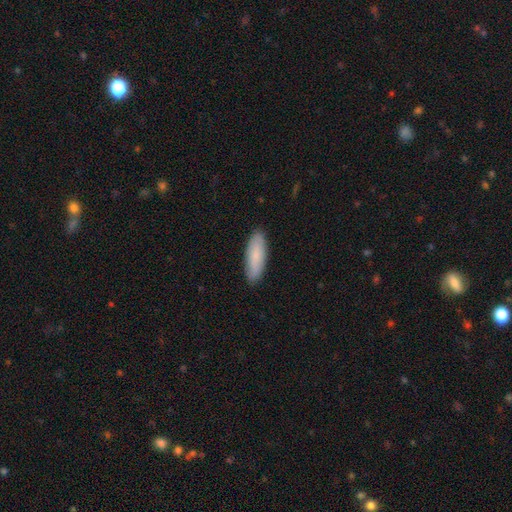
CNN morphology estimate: A smooth galaxy with no disk features (82%) that is in between round and cigar-shaped (54%). Merging: none (89%).